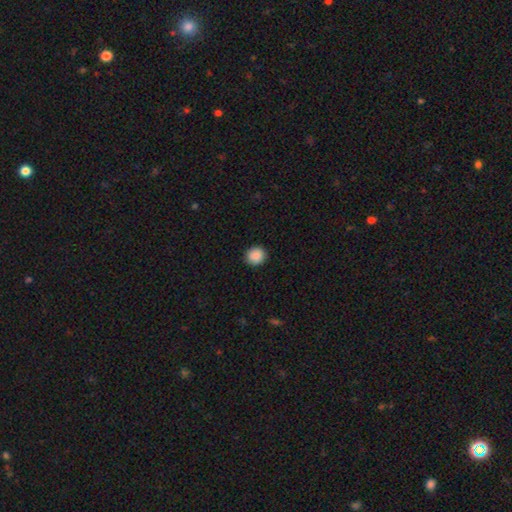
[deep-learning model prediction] Smooth or featured? smooth (89%)
How rounded? round (88%)
Merging? none (92%)